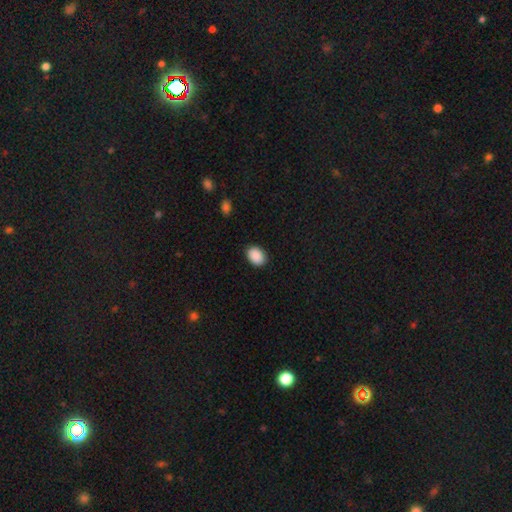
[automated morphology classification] Smooth or featured: smooth — 90% (star or artifact — 7%)
How rounded: in between — 73% (round — 26%)
Merging: none — 87% (minor disturbance — 10%)